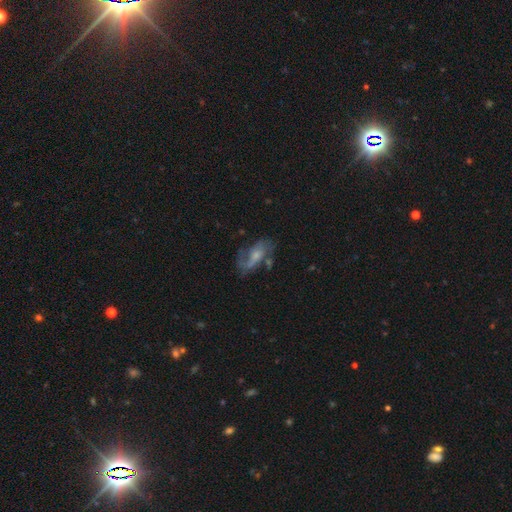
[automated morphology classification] This appears to be a featured or disk galaxy (69%) with no bar (50%), 2 (68%) loose (45%) spiral arms (84%) and a small central bulge (46%). Merging: none (51%).